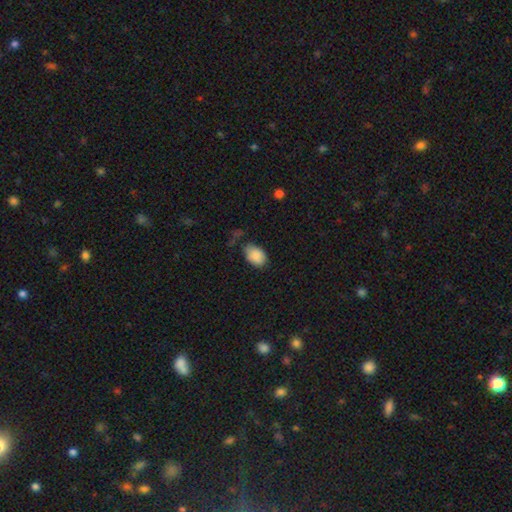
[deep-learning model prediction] This appears to be a smooth galaxy with no disk features (88%) that is in between round and cigar-shaped (84%). Merging: none (65%).